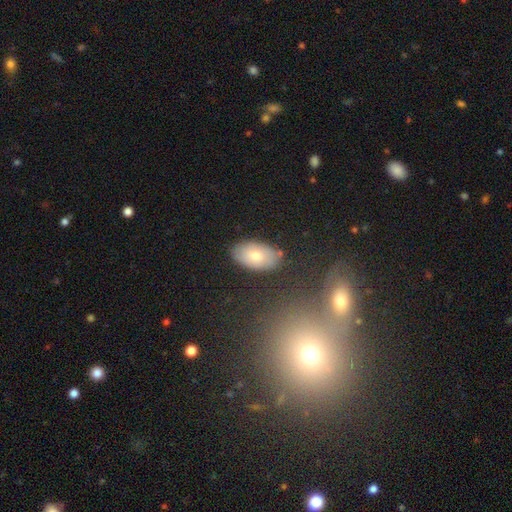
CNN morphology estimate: Overall: smooth (66%). How rounded: in between (92%). Merging: none (81%).